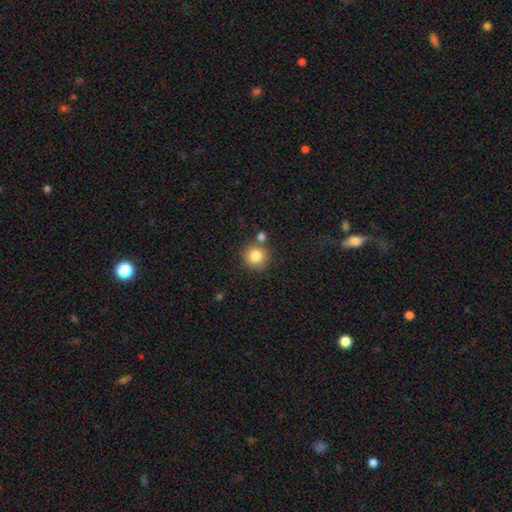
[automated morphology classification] Smooth or featured? smooth (83%)
How rounded? round (92%)
Merging? none (72%)